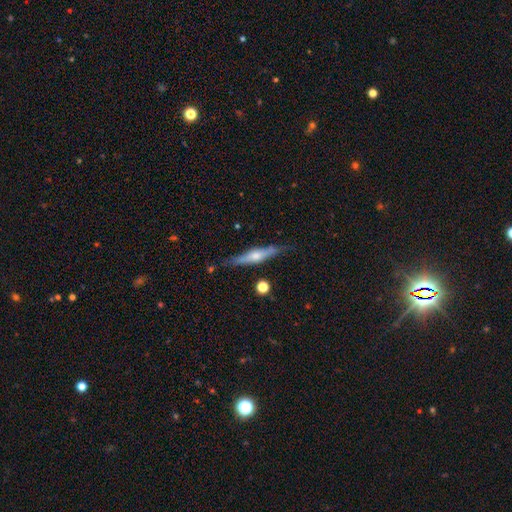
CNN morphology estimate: Smooth or featured?
  - featured or disk: 62% *
  - smooth: 31%
  - star or artifact: 7%
Edge-on disk?
  - yes: 93% *
  - no: 7%
Edge-on bulge?
  - rounded: 80% *
  - boxy: 11%
  - none: 8%
Merging?
  - none: 79% *
  - minor disturbance: 15%
  - major disturbance: 3%
  - merger: 3%